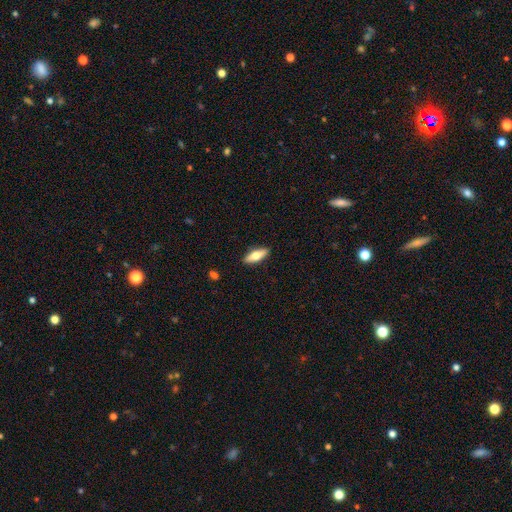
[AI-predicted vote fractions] smooth_or_featured: smooth (p=0.60) [alt: featured or disk p=0.34]
how_rounded: in between (p=0.62) [alt: cigar-shaped p=0.36]
merging: none (p=0.89) [alt: minor disturbance p=0.08]